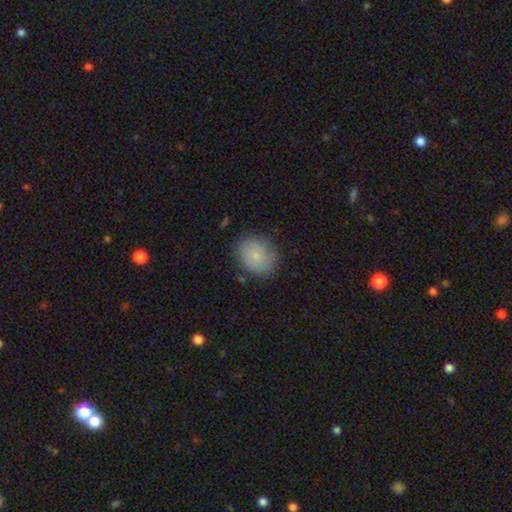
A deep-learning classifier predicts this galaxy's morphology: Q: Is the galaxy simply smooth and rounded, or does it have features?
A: smooth — 79%.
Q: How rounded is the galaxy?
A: round — 60%.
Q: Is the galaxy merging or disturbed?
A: none — 78%.